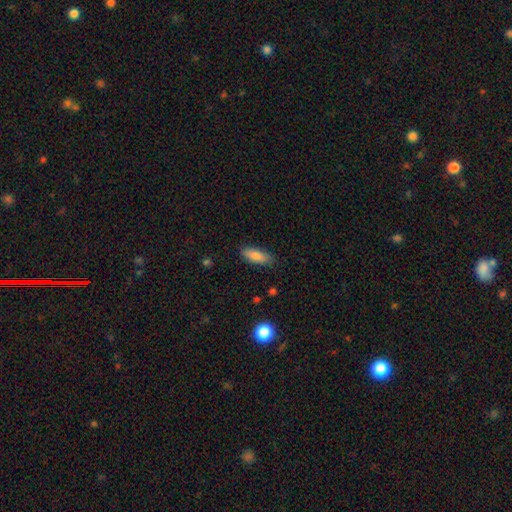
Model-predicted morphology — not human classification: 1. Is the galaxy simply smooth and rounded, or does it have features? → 84% smooth, 10% featured or disk, 7% star or artifact.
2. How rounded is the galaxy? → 67% in between, 31% cigar-shaped, 2% round.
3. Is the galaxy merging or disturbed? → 86% none, 11% minor disturbance, 2% major disturbance, 1% merger.